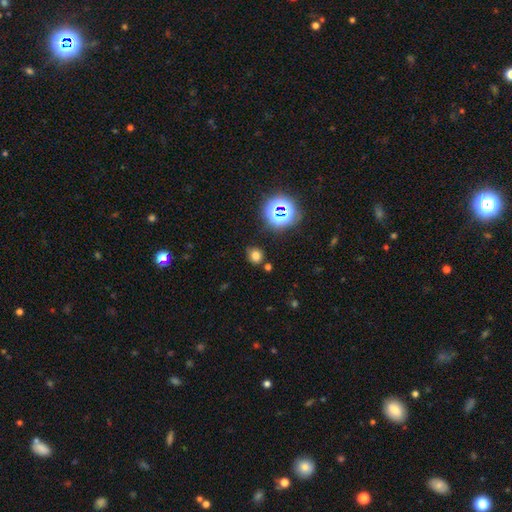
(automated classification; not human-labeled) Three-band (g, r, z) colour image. It shows a smooth galaxy with no disk features (71%) that is round (76%). Merging: none (81%).